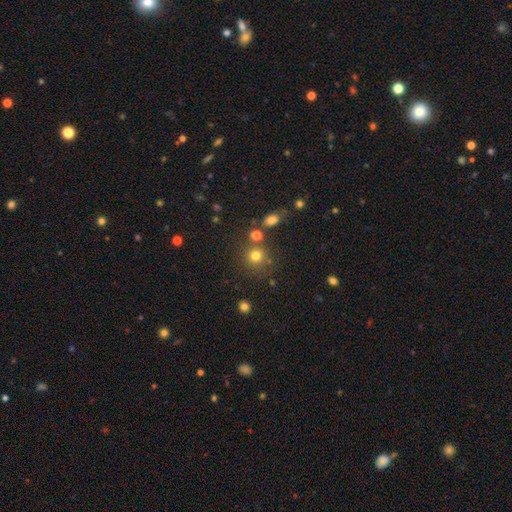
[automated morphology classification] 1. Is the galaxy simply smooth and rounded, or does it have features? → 76% smooth, 17% star or artifact, 7% featured or disk.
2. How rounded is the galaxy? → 90% round, 9% in between, 1% cigar-shaped.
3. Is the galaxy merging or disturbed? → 74% none, 12% merger, 10% minor disturbance, 4% major disturbance.